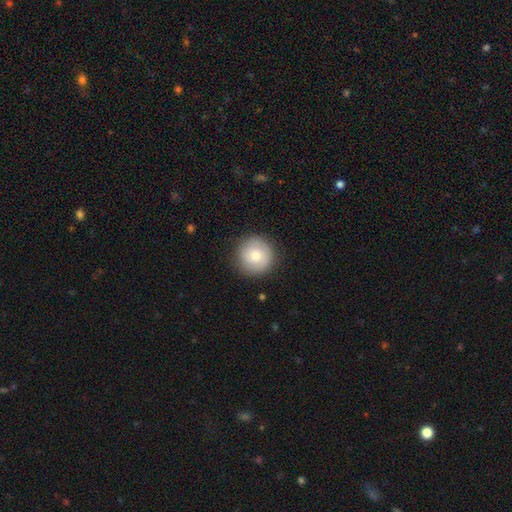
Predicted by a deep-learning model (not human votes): Q: Smooth or featured?
A: smooth (73%); runner-up: featured or disk (20%)
Q: How rounded?
A: round (95%); runner-up: in between (4%)
Q: Merging?
A: none (87%); runner-up: minor disturbance (9%)